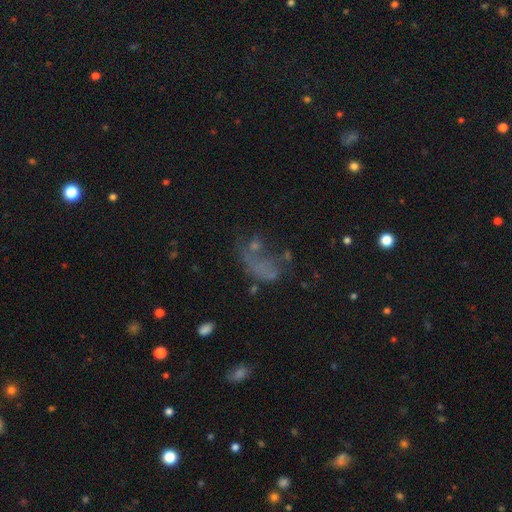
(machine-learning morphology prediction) Smooth or featured? Predicted: smooth (p=0.38). Merging? Predicted: major disturbance (p=0.38).